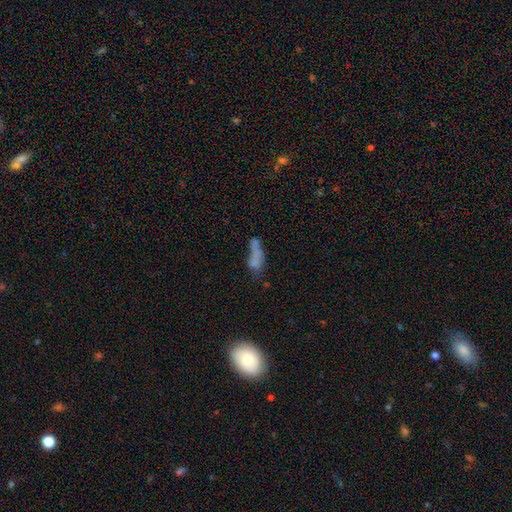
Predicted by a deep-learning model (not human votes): The model was most divided on "merging": merger: 32%, none: 31%, major disturbance: 20%, minor disturbance: 17%. More confident: how rounded — in between (56%); smooth or featured — smooth (55%).